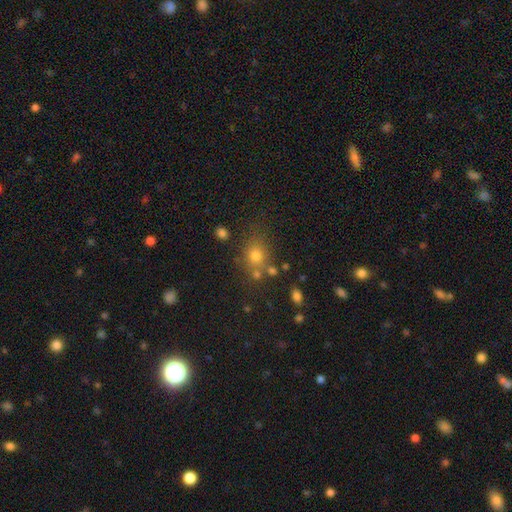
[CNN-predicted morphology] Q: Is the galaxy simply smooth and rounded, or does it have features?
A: smooth — 71%.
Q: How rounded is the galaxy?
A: round — 69%.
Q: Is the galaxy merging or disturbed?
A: none — 68%.